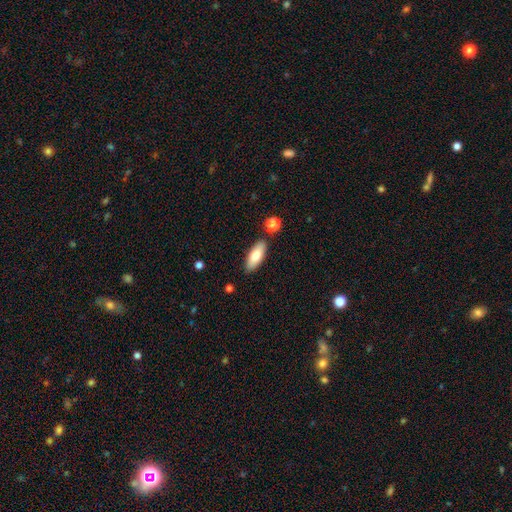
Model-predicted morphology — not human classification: A smooth galaxy with no disk features (81%) that is in between round and cigar-shaped (78%).

Vote fractions:
- Smooth or featured? smooth: 81% / featured or disk: 13% / star or artifact: 6%
- How rounded? in between: 78% / cigar-shaped: 20% / round: 2%
- Merging? none: 85% / minor disturbance: 10% / merger: 4% / major disturbance: 2%